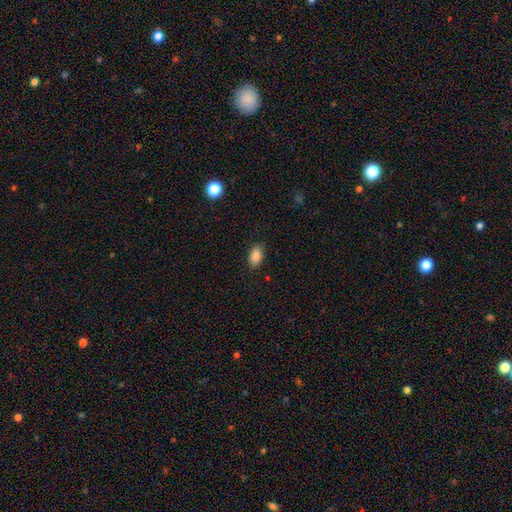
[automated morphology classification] Smooth or featured? smooth (87%)
How rounded? in between (91%)
Merging? none (86%)